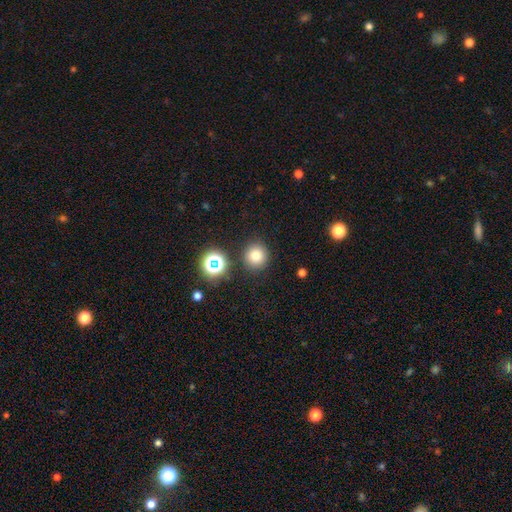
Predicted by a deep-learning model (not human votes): Q: Smooth or featured?
A: smooth (76%); runner-up: star or artifact (17%)
Q: How rounded?
A: round (93%); runner-up: in between (6%)
Q: Merging?
A: none (87%); runner-up: minor disturbance (7%)